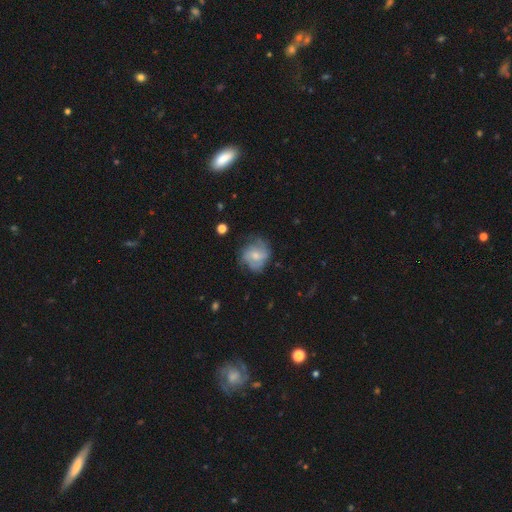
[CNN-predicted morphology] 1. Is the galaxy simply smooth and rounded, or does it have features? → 47% featured or disk, 45% smooth, 8% star or artifact.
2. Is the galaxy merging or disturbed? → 58% none, 26% minor disturbance, 14% major disturbance, 2% merger.